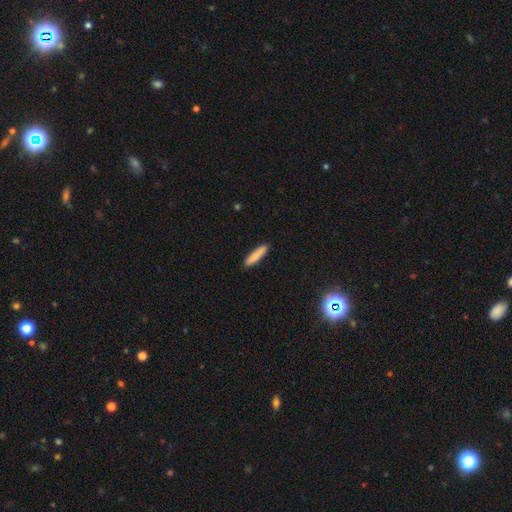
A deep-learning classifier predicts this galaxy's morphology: A smooth galaxy with no disk features (83%) that is cigar-shaped (84%).

Vote fractions:
- Smooth or featured? smooth: 83% / featured or disk: 11% / star or artifact: 6%
- How rounded? cigar-shaped: 84% / in between: 15% / round: 1%
- Merging? none: 88% / minor disturbance: 9% / major disturbance: 2% / merger: 1%